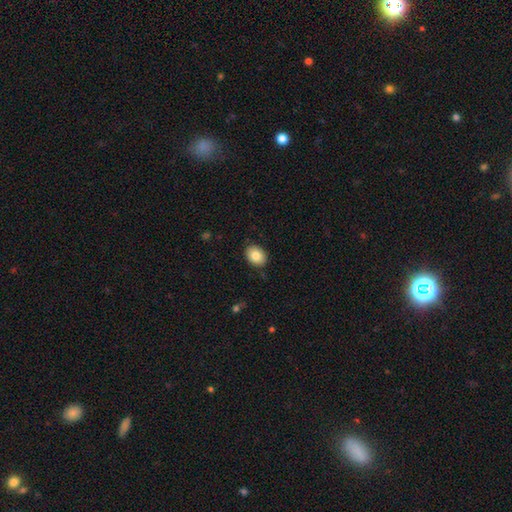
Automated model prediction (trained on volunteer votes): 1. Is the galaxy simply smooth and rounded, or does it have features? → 83% smooth, 9% featured or disk, 8% star or artifact.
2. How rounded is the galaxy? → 64% in between, 36% round, 1% cigar-shaped.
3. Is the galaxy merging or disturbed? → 88% none, 9% minor disturbance, 2% major disturbance, 1% merger.